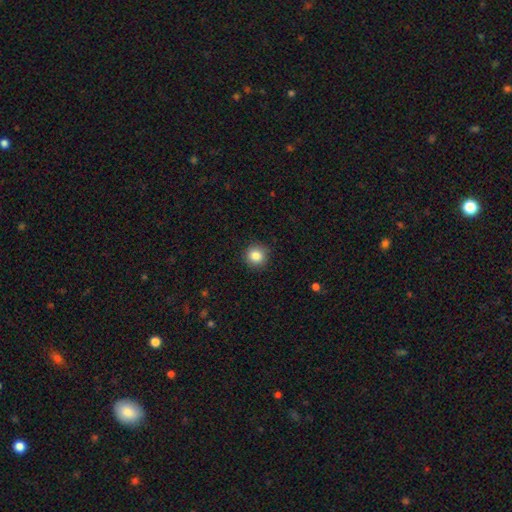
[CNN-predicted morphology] Smooth or featured? Predicted: smooth (p=0.84). How rounded? Predicted: round (p=0.94). Merging? Predicted: none (p=0.90).